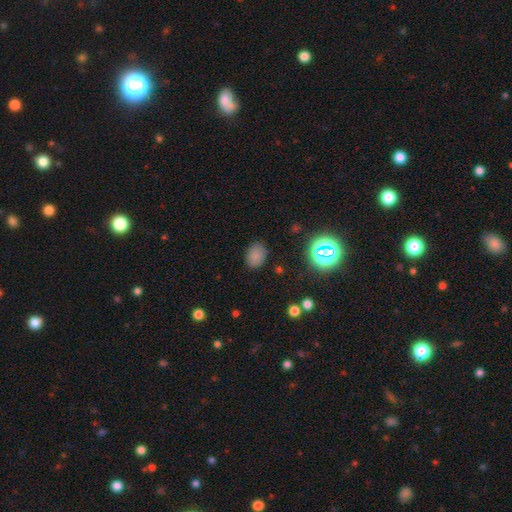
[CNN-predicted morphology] smooth_or_featured: smooth (p=0.77) [alt: star or artifact p=0.16]
how_rounded: in between (p=0.73) [alt: round p=0.26]
merging: none (p=0.81) [alt: minor disturbance p=0.14]